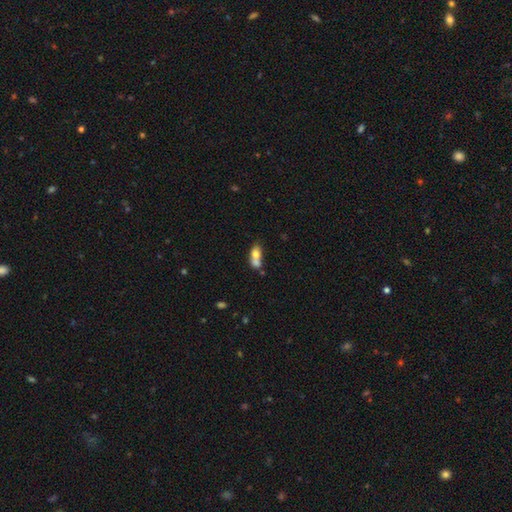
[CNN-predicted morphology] Smooth or featured: smooth — 69% (featured or disk — 22%)
How rounded: in between — 71% (round — 20%)
Merging: merger — 65% (none — 21%)